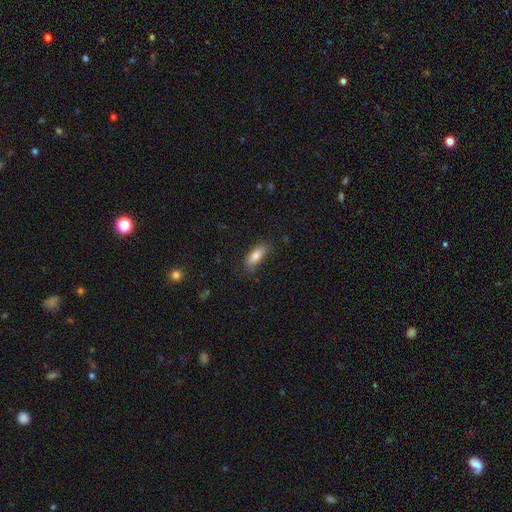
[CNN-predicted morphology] A smooth galaxy with no disk features (80%) that is in between round and cigar-shaped (75%).

Vote fractions:
- Smooth or featured? smooth: 80% / featured or disk: 13% / star or artifact: 7%
- How rounded? in between: 75% / cigar-shaped: 22% / round: 3%
- Merging? none: 74% / minor disturbance: 20% / major disturbance: 5% / merger: 2%